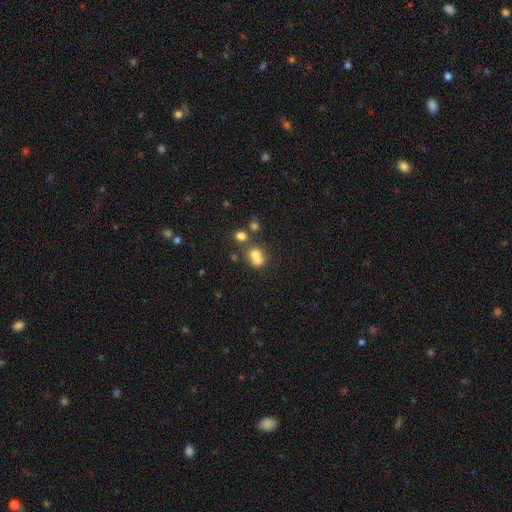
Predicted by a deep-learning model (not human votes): smooth-or-featured: smooth: 69% | featured or disk: 18% | star or artifact: 13%
  how-rounded: round: 70% | in between: 29% | cigar-shaped: 1%
  merging: merger: 55% | none: 34% | minor disturbance: 8% | major disturbance: 4%